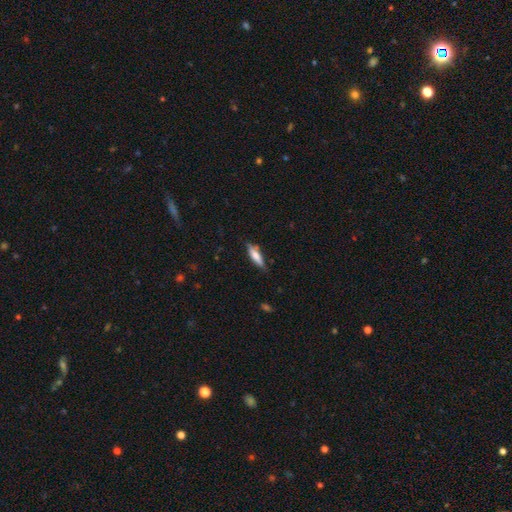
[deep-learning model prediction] Smooth or featured: smooth — 65% (featured or disk — 29%)
How rounded: cigar-shaped — 61% (in between — 37%)
Merging: none — 76% (minor disturbance — 19%)